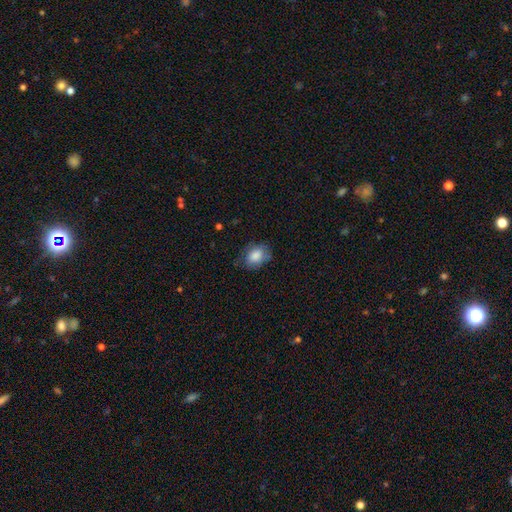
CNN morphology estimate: type=smooth (83%); roundness=in between (71%); merging=none (66%).